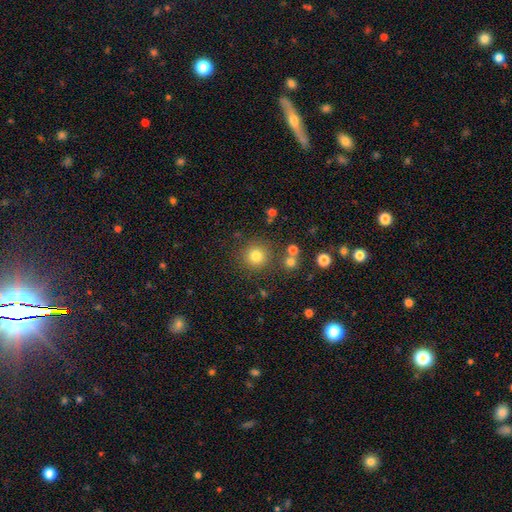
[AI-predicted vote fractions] smooth 80%, star or artifact 13%, featured or disk 6%. Down the decision tree: how rounded — round (95%); merging — none (84%).